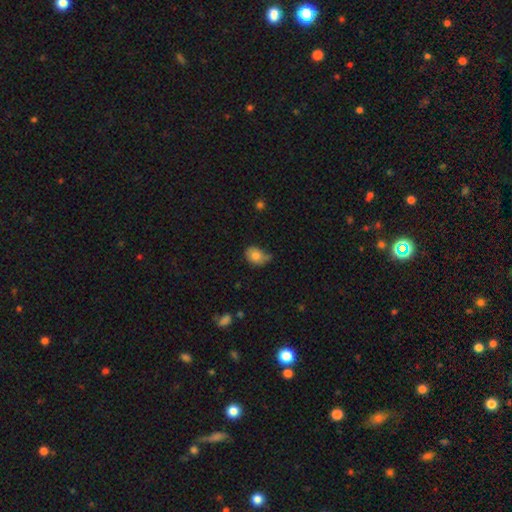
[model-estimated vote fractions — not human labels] smooth 77%, featured or disk 15%, star or artifact 8%. Down the decision tree: how rounded — in between (59%); merging — minor disturbance (44%).